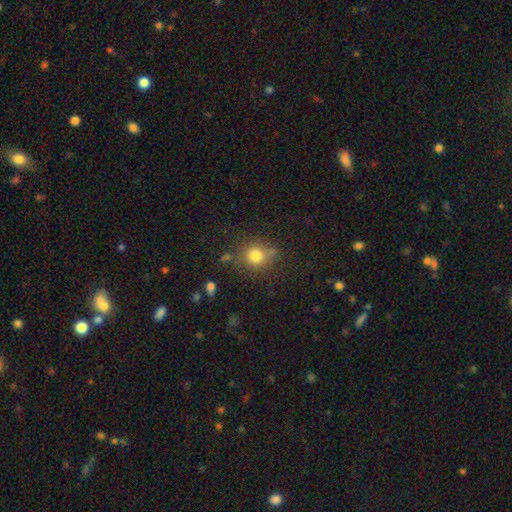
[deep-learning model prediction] Morphology: type=smooth (79%); roundness=round (86%); merging=none (72%).